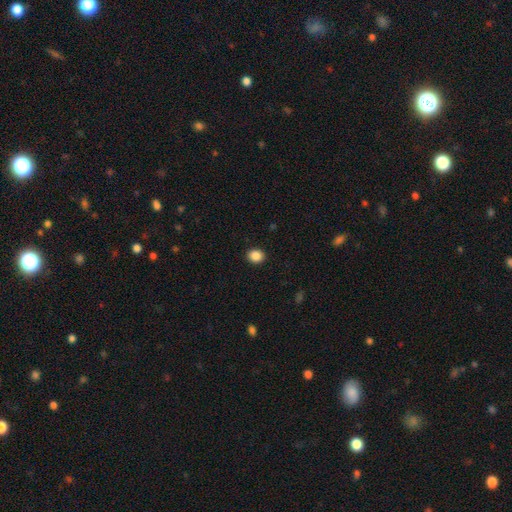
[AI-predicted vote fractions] Smooth or featured: smooth — 88% (star or artifact — 9%)
How rounded: round — 72% (in between — 28%)
Merging: none — 92% (minor disturbance — 5%)